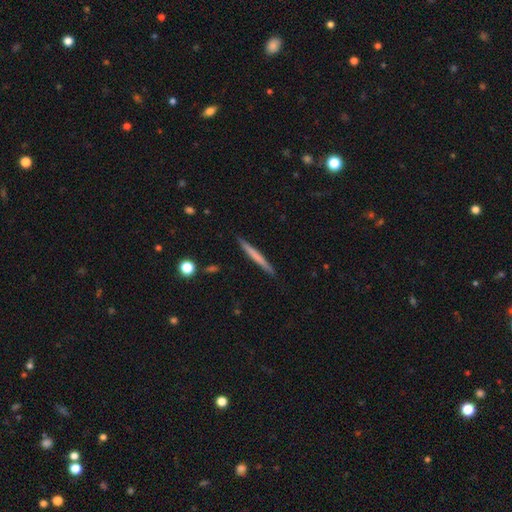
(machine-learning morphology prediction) Overall: smooth (58%; featured or disk 36%). How rounded: cigar-shaped (97%). Merging: none (91%).